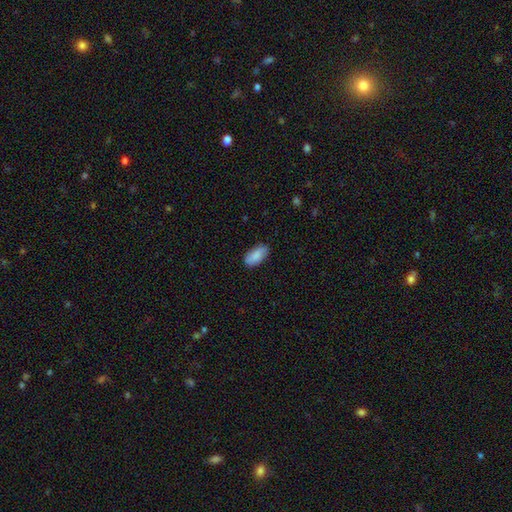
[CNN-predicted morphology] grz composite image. It shows a smooth galaxy with no disk features (86%) that is in between round and cigar-shaped (92%). Merging: none (86%).